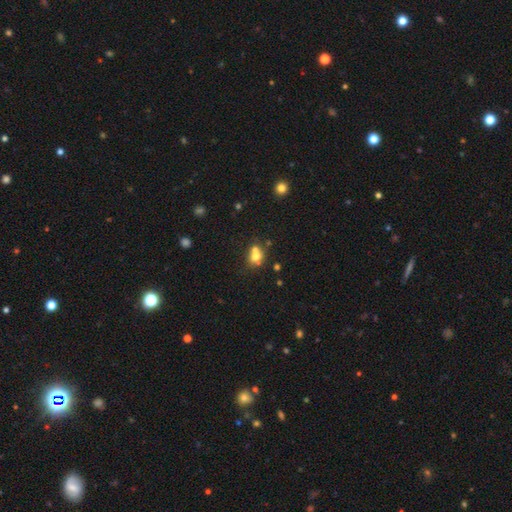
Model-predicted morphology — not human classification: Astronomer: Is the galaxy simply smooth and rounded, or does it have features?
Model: smooth — 65%.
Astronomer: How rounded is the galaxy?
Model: round — 70%.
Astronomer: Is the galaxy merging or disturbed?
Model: merger — 56% (runner-up: none, 33%).